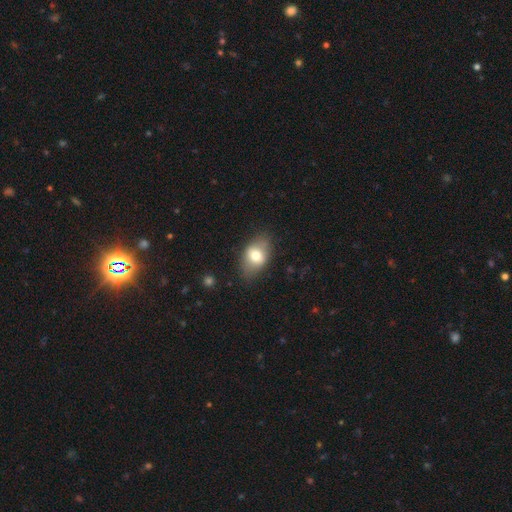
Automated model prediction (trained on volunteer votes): Morphology: type=smooth (69%); roundness=in between (83%); merging=none (74%).